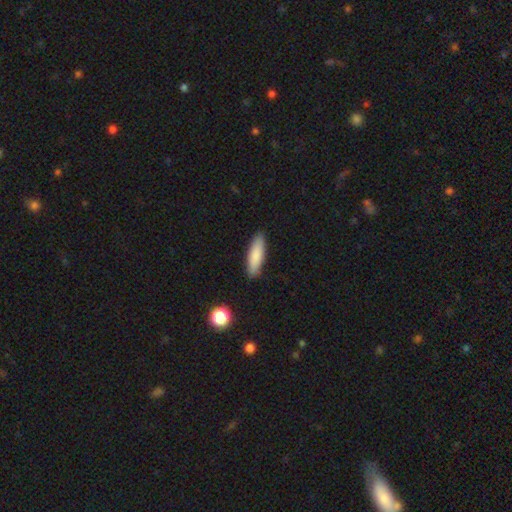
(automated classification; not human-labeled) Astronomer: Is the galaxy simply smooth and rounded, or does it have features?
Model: smooth — 84%.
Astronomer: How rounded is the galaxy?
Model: cigar-shaped — 60% (runner-up: in between, 38%).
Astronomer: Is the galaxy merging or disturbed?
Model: none — 88%.